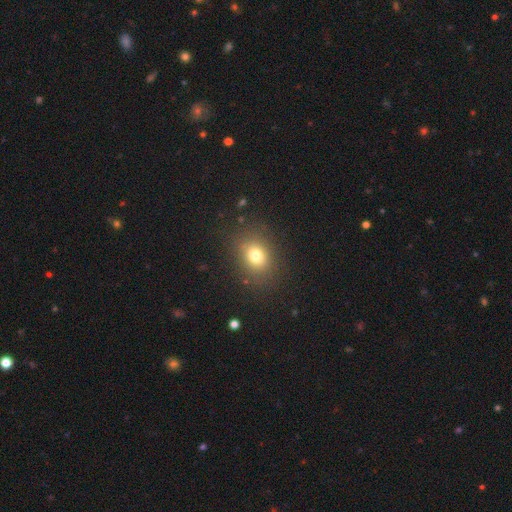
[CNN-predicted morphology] This appears to be a smooth galaxy with no disk features (75%) that is round (51%). Merging: none (84%).